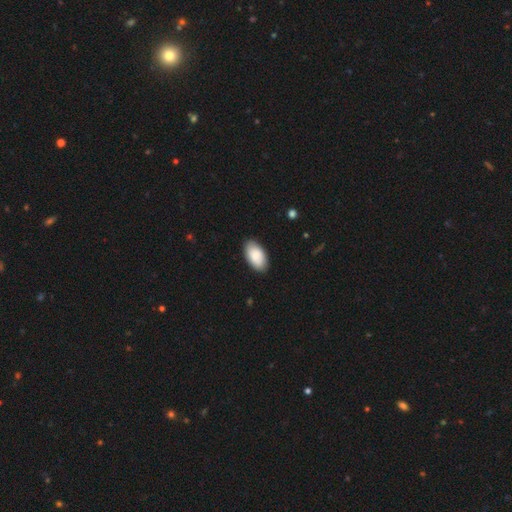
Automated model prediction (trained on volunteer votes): smooth-or-featured: smooth: 87% | featured or disk: 8% | star or artifact: 5%
  how-rounded: in between: 96% | round: 3% | cigar-shaped: 2%
  merging: none: 86% | minor disturbance: 11% | major disturbance: 2% | merger: 1%